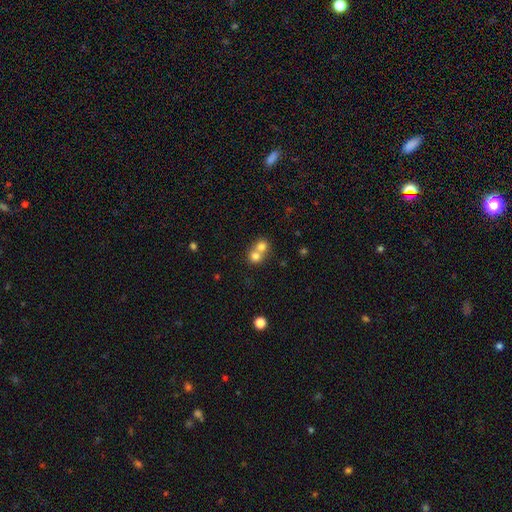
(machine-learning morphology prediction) Smooth or featured: smooth — 74% (featured or disk — 15%)
How rounded: round — 82% (in between — 17%)
Merging: merger — 65% (none — 29%)